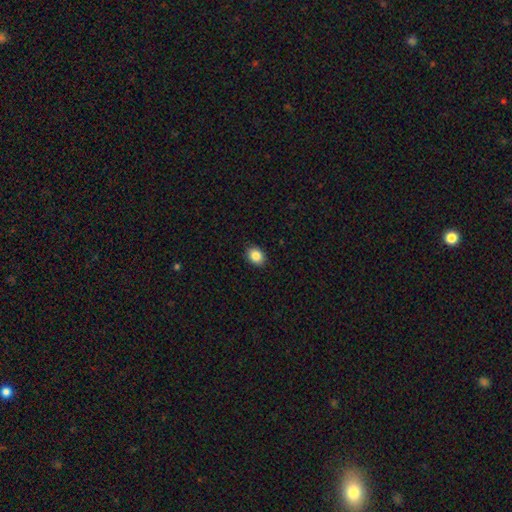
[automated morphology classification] This appears to be a smooth galaxy with no disk features (87%) that is in between round and cigar-shaped (58%). Merging: none (89%).